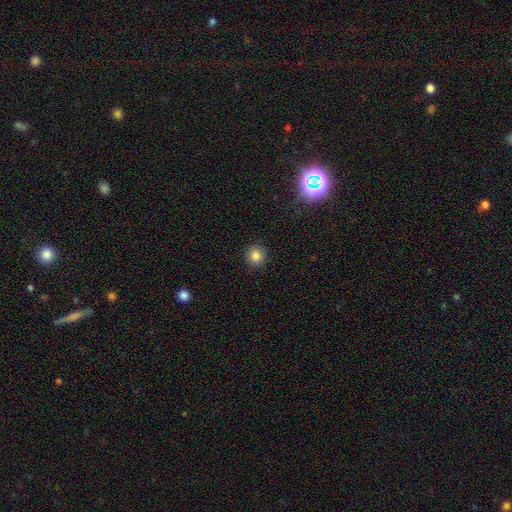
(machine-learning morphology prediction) A smooth galaxy with no disk features (83%) that is round (93%). Merging: none (92%).